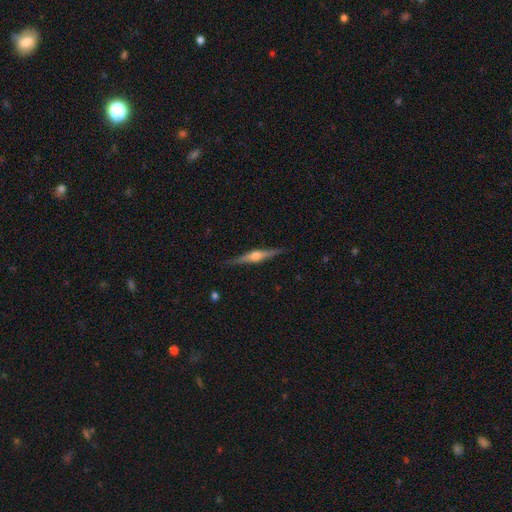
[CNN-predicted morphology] Smooth or featured?
  - featured or disk: 77% *
  - smooth: 17%
  - star or artifact: 6%
Edge-on disk?
  - yes: 98% *
  - no: 2%
Edge-on bulge?
  - rounded: 91% *
  - boxy: 7%
  - none: 3%
Merging?
  - none: 89% *
  - minor disturbance: 8%
  - major disturbance: 2%
  - merger: 1%